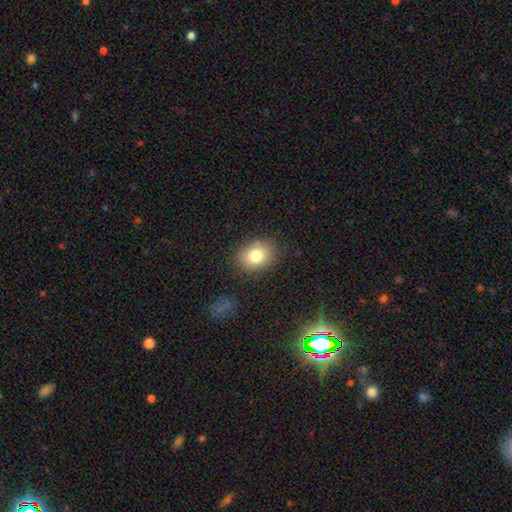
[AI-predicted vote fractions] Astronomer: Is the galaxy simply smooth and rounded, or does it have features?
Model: smooth — 80%.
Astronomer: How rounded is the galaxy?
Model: in between — 59% (runner-up: round, 40%).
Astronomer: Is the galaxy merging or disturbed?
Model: none — 82%.